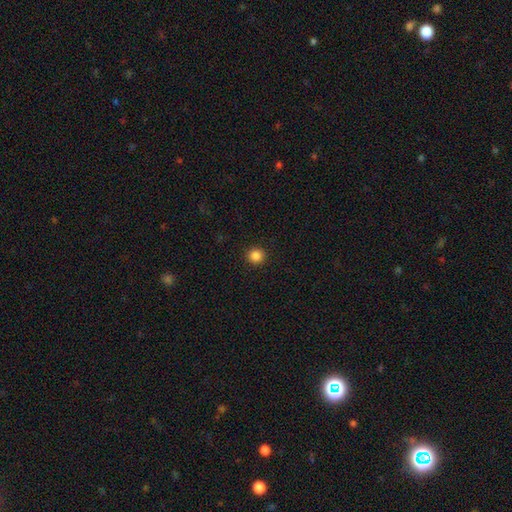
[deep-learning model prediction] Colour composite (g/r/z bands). It shows a smooth galaxy with no disk features (86%) that is round (94%). Merging: none (93%).